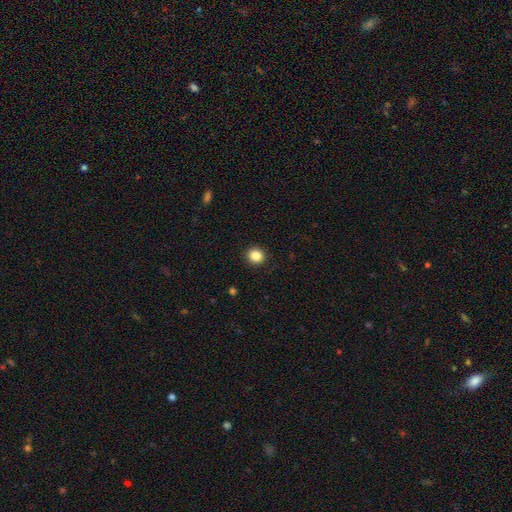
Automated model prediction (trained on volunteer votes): This appears to be a smooth galaxy with no disk features (86%) that is round (89%). Merging: none (92%).